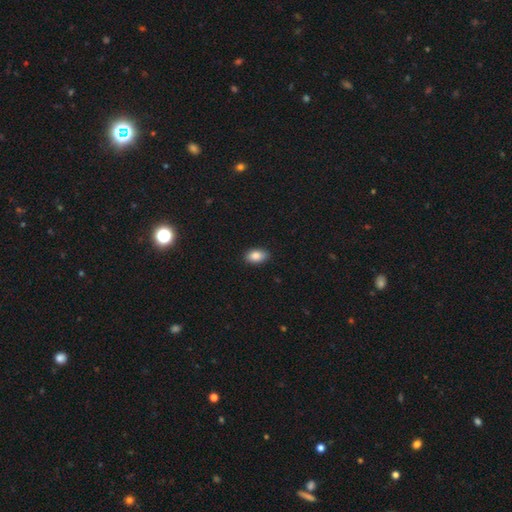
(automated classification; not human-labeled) Smooth or featured: smooth — 86% (star or artifact — 8%)
How rounded: in between — 90% (round — 8%)
Merging: none — 87% (minor disturbance — 10%)